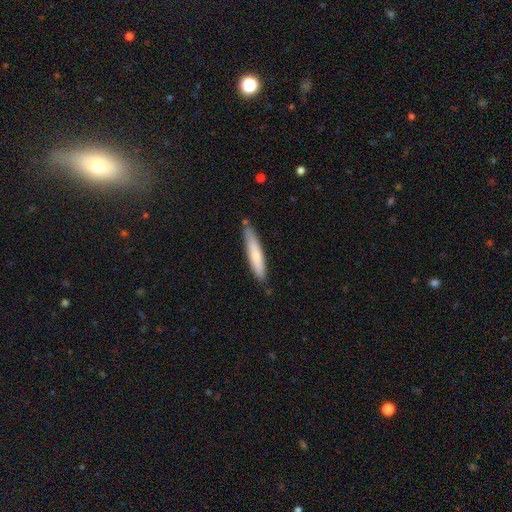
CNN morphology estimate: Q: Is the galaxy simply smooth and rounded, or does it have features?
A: smooth — 71%.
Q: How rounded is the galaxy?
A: cigar-shaped — 90%.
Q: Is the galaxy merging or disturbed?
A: none — 81%.